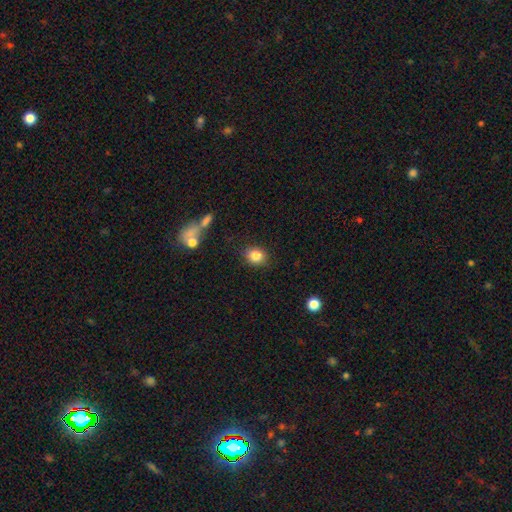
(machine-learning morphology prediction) A smooth galaxy with no disk features (84%) that is round (59%).

Vote fractions:
- Smooth or featured? smooth: 84% / star or artifact: 10% / featured or disk: 6%
- How rounded? round: 59% / in between: 40% / cigar-shaped: 1%
- Merging? none: 85% / minor disturbance: 9% / major disturbance: 3% / merger: 2%